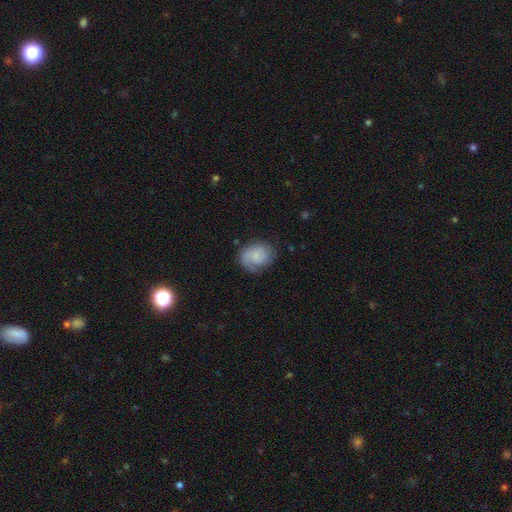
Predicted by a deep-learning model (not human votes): A smooth galaxy with no disk features (56%) that is in between round and cigar-shaped (53%).

Vote fractions:
- Smooth or featured? smooth: 56% / featured or disk: 36% / star or artifact: 8%
- How rounded? in between: 53% / round: 46% / cigar-shaped: 1%
- Merging? none: 67% / minor disturbance: 23% / major disturbance: 9% / merger: 2%